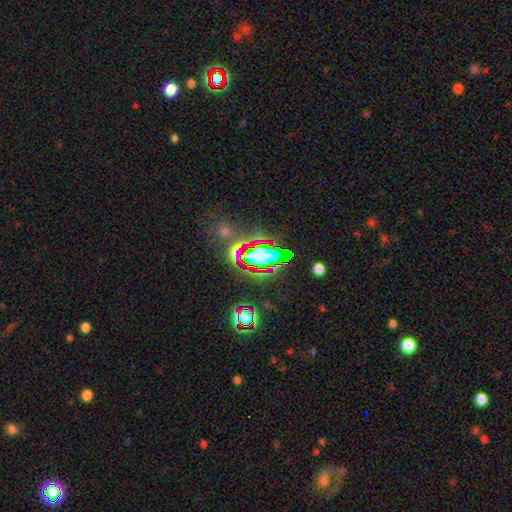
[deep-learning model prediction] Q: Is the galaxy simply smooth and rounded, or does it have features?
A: star or artifact — 58%.